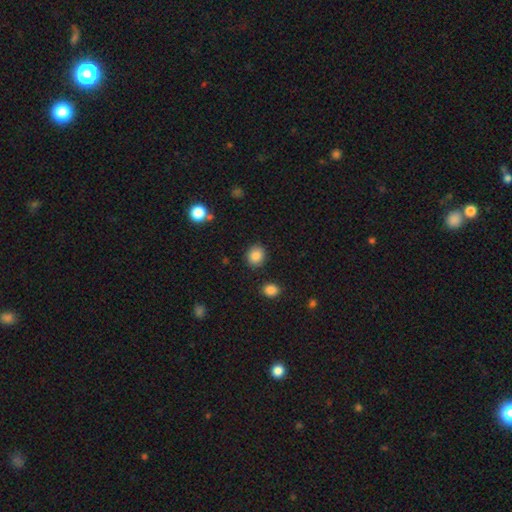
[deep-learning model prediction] Q: Smooth or featured?
A: smooth (87%); runner-up: star or artifact (9%)
Q: How rounded?
A: round (78%); runner-up: in between (21%)
Q: Merging?
A: none (88%); runner-up: minor disturbance (8%)